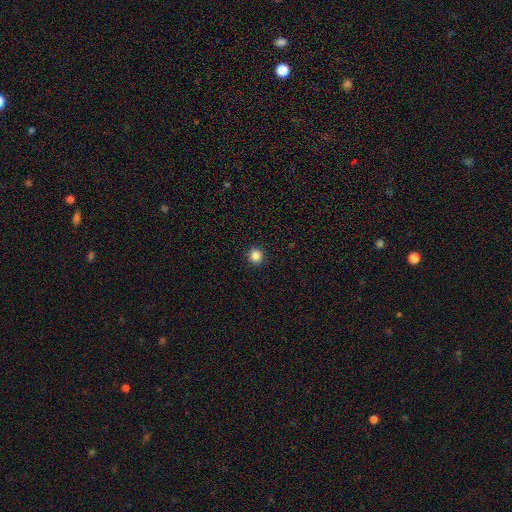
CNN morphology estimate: The model was most divided on "smooth or featured": smooth: 86%, star or artifact: 11%, featured or disk: 3%. More confident: how rounded — round (94%); merging — none (92%).